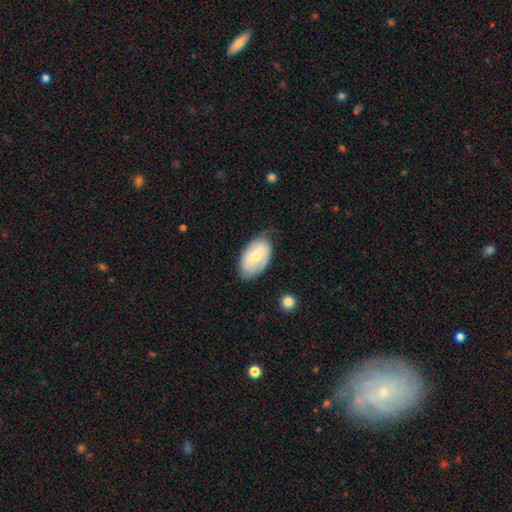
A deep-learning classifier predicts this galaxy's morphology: smooth-or-featured: smooth: 53% | featured or disk: 41% | star or artifact: 6%
  how-rounded: in between: 92% | round: 6% | cigar-shaped: 2%
  merging: none: 64% | minor disturbance: 27% | major disturbance: 7% | merger: 2%